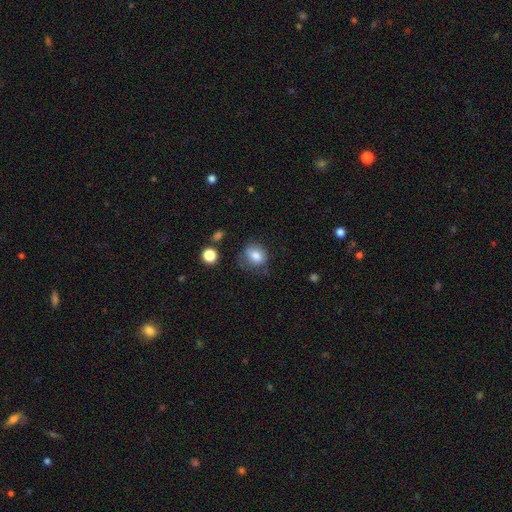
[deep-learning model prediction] Smooth or featured: smooth — 79% (featured or disk — 11%)
How rounded: round — 57% (in between — 42%)
Merging: none — 55% (minor disturbance — 28%)